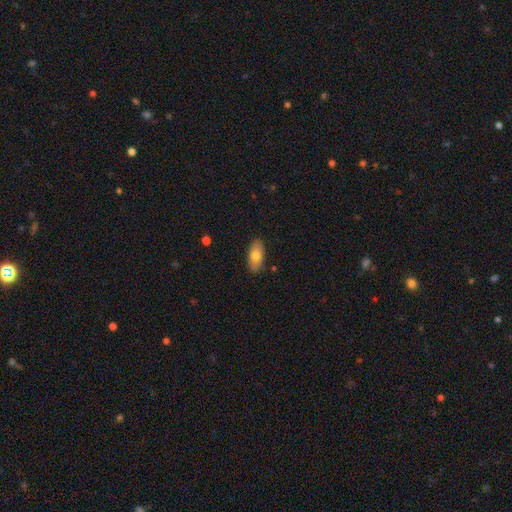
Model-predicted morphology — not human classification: type=smooth (74%); roundness=in between (90%); merging=none (88%).